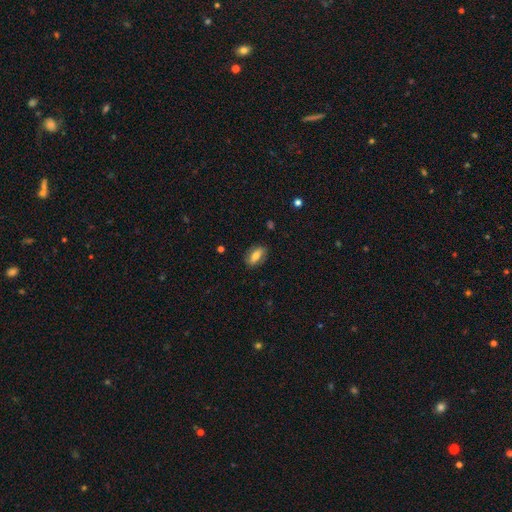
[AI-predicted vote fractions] Smooth or featured: smooth — 67% (featured or disk — 25%)
How rounded: in between — 80% (cigar-shaped — 14%)
Merging: none — 83% (minor disturbance — 13%)